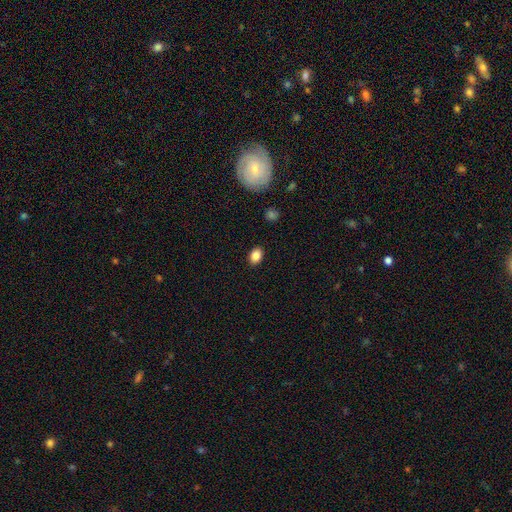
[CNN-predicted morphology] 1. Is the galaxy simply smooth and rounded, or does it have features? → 85% smooth, 9% star or artifact, 5% featured or disk.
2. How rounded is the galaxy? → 76% in between, 23% round, 1% cigar-shaped.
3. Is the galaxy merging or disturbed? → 89% none, 8% minor disturbance, 2% major disturbance, 1% merger.